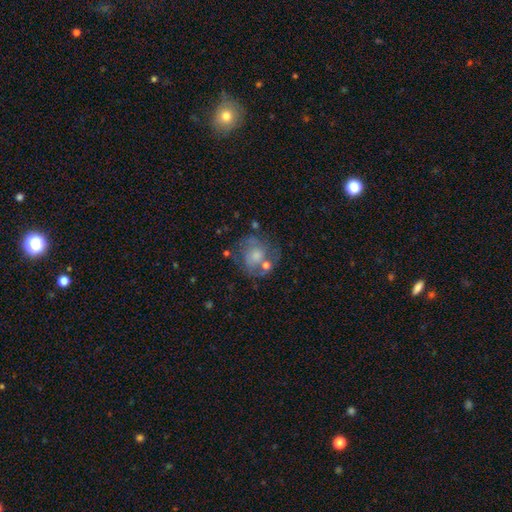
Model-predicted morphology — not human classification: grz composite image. It shows a featured or disk galaxy (54%) with no bar (76%), spiral arms (62%) and a moderate central bulge (44%). Merging: none (52%).